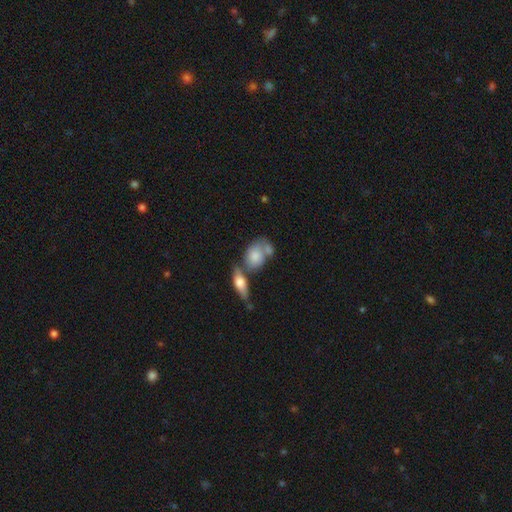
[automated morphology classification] Overall: smooth (73%). How rounded: in between (75%). Merging: merger (42%; none 34%).